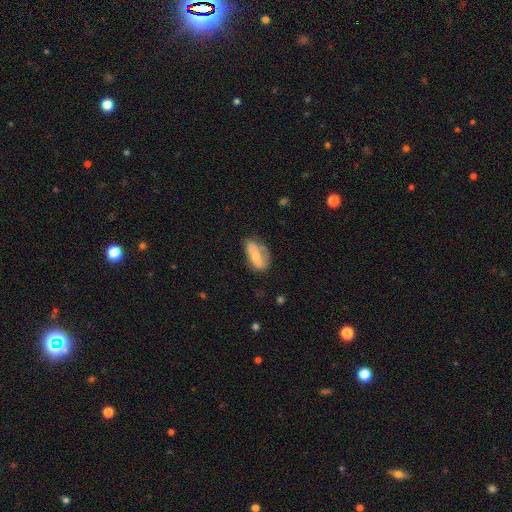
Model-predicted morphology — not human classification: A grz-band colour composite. It shows a smooth galaxy with no disk features (60%) that is in between round and cigar-shaped (88%). Merging: none (46%).